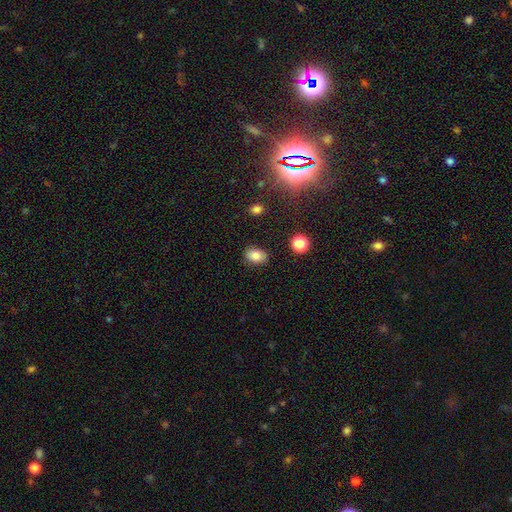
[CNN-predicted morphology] type=smooth (83%); roundness=in between (77%); merging=none (85%).